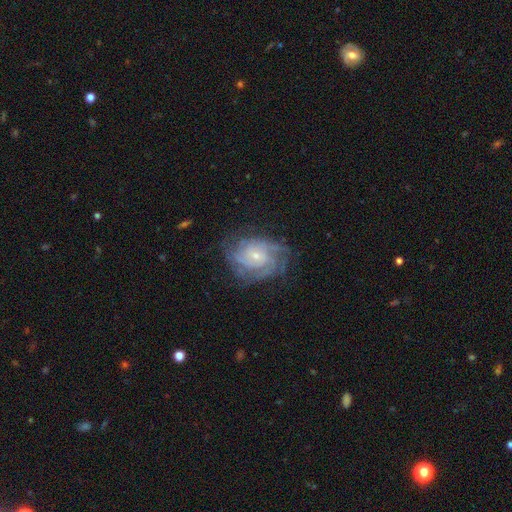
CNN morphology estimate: Q: Smooth or featured?
A: featured or disk (84%); runner-up: smooth (9%)
Q: Edge-on disk?
A: no (97%); runner-up: yes (3%)
Q: Bar?
A: no (70%); runner-up: weak (25%)
Q: Spiral arms?
A: yes (96%); runner-up: no (4%)
Q: Spiral winding?
A: tight (67%); runner-up: medium (27%)
Q: Spiral arm count?
A: can't tell (30%); runner-up: 4 (24%)
Q: Bulge size?
A: small (73%); runner-up: moderate (23%)
Q: Merging?
A: none (73%); runner-up: minor disturbance (18%)